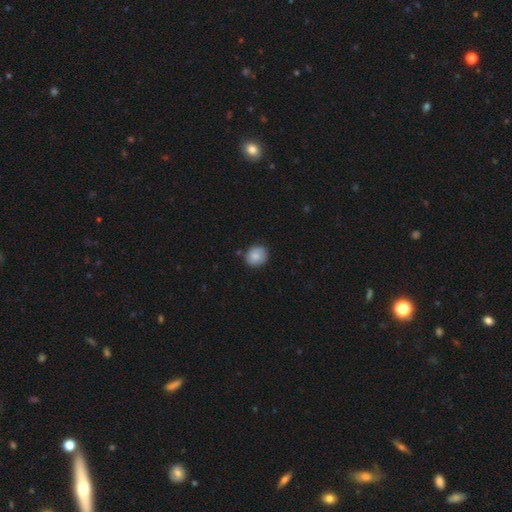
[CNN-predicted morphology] Q: Smooth or featured?
A: smooth (83%); runner-up: featured or disk (9%)
Q: How rounded?
A: round (78%); runner-up: in between (21%)
Q: Merging?
A: none (81%); runner-up: minor disturbance (14%)